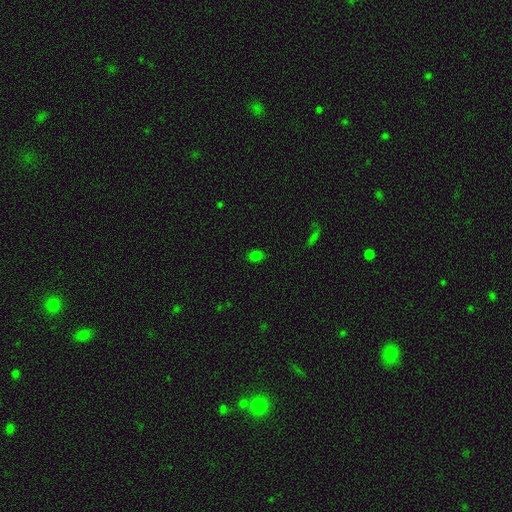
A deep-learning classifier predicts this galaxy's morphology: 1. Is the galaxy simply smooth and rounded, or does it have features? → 76% smooth, 19% star or artifact, 5% featured or disk.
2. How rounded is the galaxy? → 61% in between, 37% round, 2% cigar-shaped.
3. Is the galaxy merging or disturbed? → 86% none, 10% minor disturbance, 3% major disturbance, 2% merger.